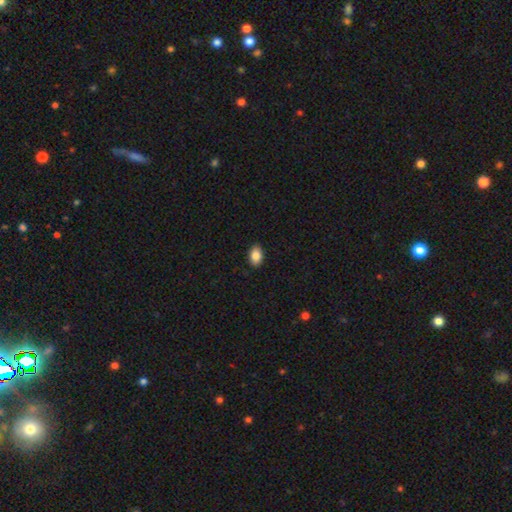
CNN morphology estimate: type=smooth (86%); roundness=in between (88%); merging=none (89%).